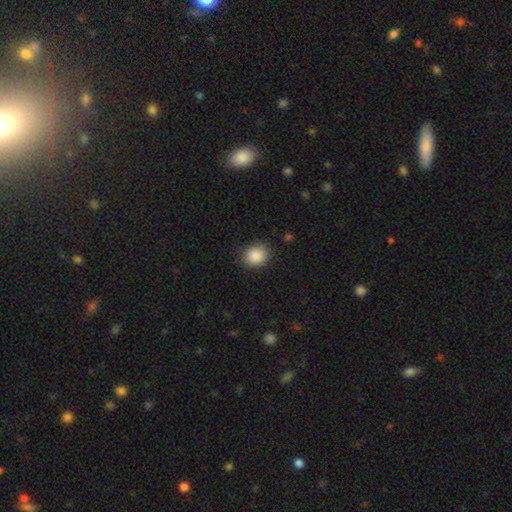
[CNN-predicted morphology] Smooth or featured? smooth (89%)
How rounded? round (63%)
Merging? none (87%)